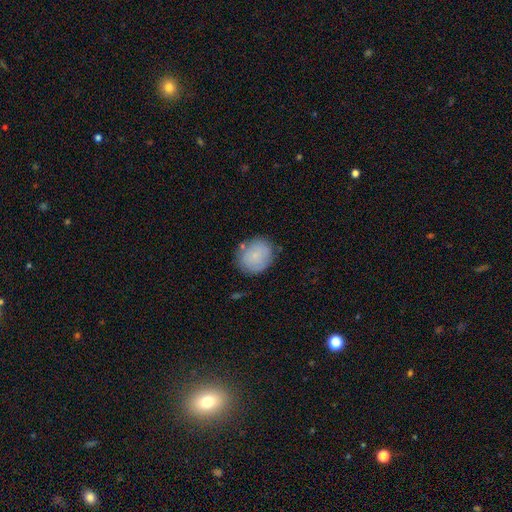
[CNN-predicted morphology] This is clearly a smooth galaxy (81%). How rounded: likely round (70%). Merging: likely none (74%).